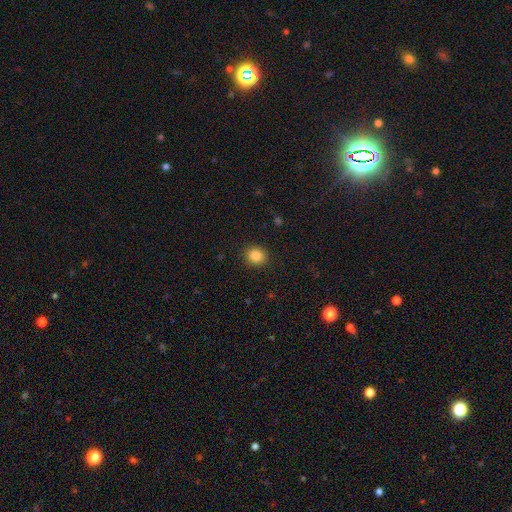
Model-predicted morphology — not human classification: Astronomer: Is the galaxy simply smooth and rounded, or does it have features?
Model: smooth — 85%.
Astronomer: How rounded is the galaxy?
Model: round — 81%.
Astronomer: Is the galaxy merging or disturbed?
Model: none — 90%.